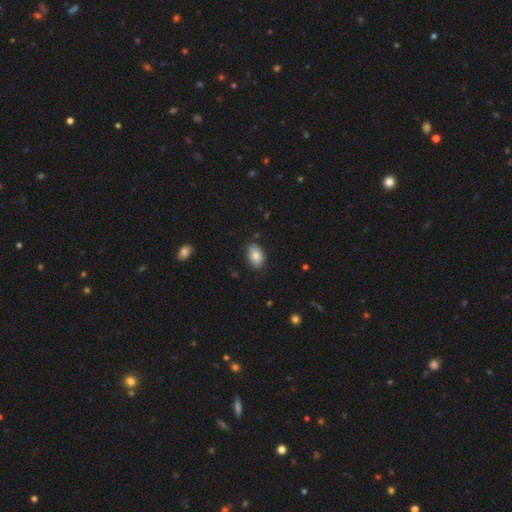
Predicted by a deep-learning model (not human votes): Morphology: type=smooth (84%); roundness=in between (92%); merging=none (85%).